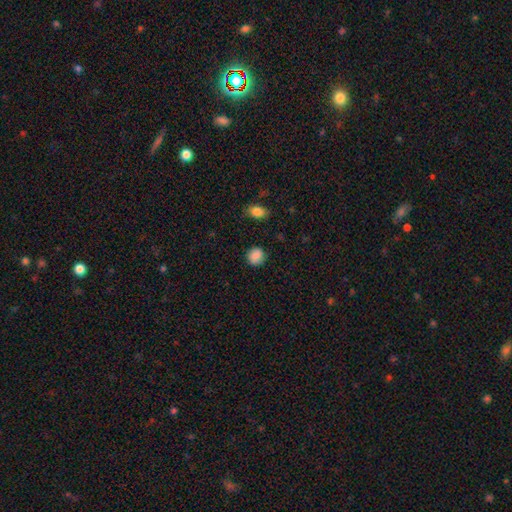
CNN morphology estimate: This is clearly a smooth galaxy (88%). How rounded: clearly round (84%). Merging: clearly none (86%).